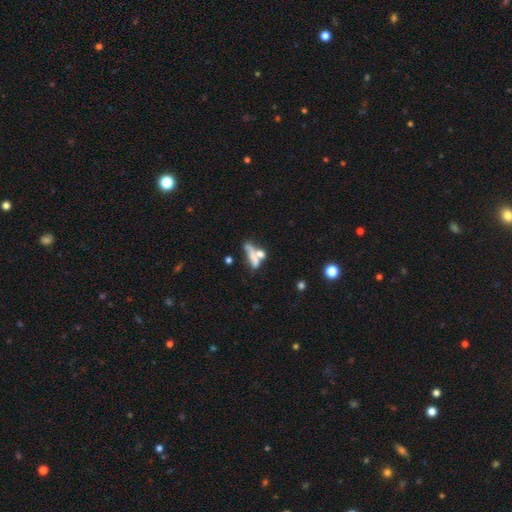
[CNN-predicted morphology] Smooth or featured: smooth — 56% (featured or disk — 31%)
How rounded: cigar-shaped — 54% (in between — 35%)
Merging: merger — 44% (none — 31%)